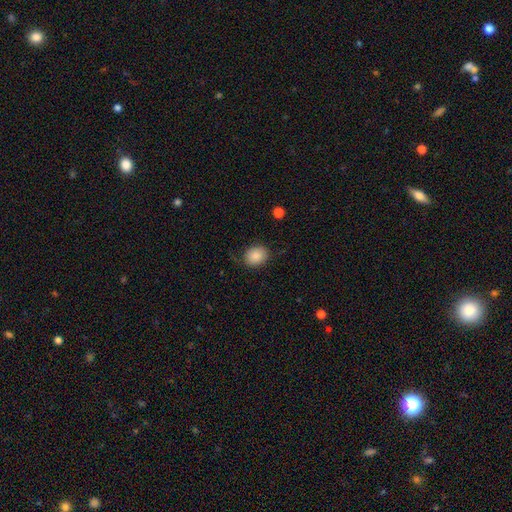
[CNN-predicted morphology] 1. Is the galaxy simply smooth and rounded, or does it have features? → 85% smooth, 8% star or artifact, 6% featured or disk.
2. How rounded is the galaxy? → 54% round, 45% in between, 1% cigar-shaped.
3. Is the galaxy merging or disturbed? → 77% none, 17% minor disturbance, 5% major disturbance, 1% merger.